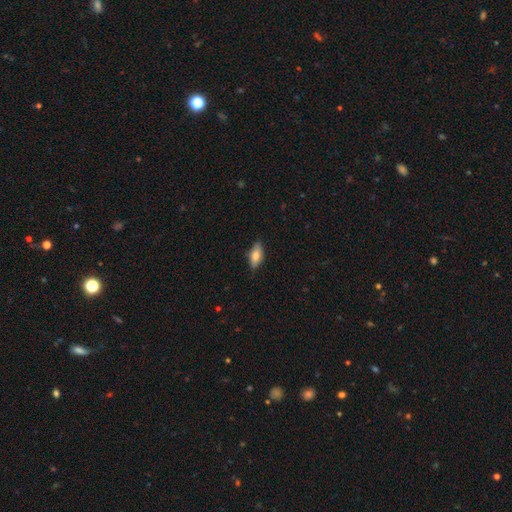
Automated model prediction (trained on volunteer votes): Morphology: type=smooth (72%); roundness=in between (79%); merging=none (83%).